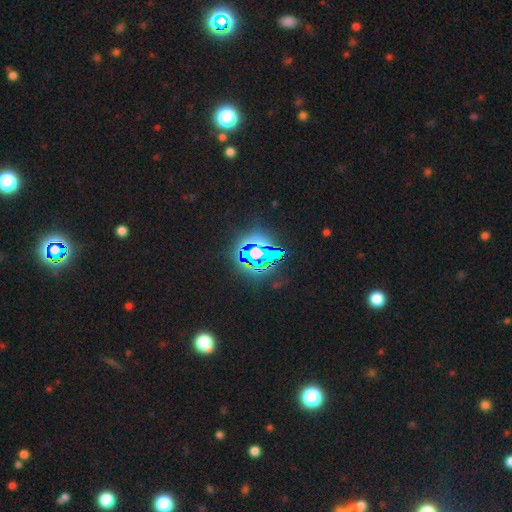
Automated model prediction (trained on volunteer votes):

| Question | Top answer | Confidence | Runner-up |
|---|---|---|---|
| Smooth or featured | star or artifact | 72% | featured or disk (14%) |